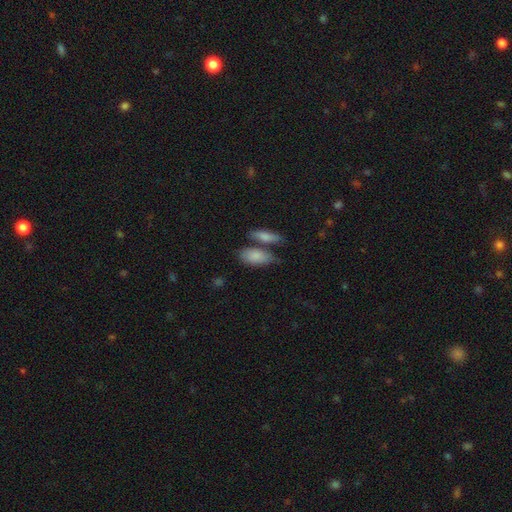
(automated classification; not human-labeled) The model was most divided on "merging": none: 50%, merger: 29%, minor disturbance: 15%, major disturbance: 5%. More confident: how rounded — in between (84%); smooth or featured — smooth (82%).